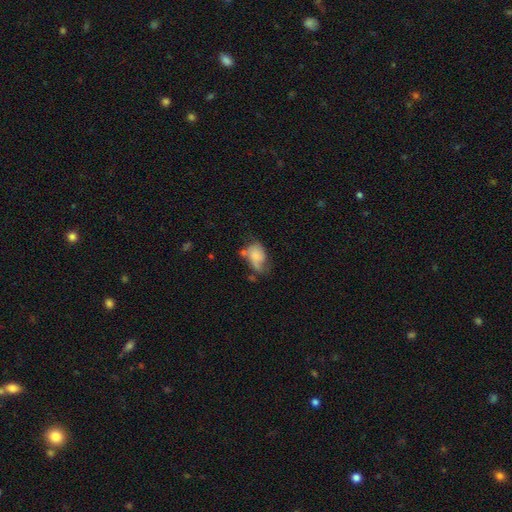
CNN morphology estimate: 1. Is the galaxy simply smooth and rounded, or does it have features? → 59% smooth, 32% featured or disk, 9% star or artifact.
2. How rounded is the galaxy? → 82% in between, 17% round, 2% cigar-shaped.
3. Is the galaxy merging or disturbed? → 32% minor disturbance, 30% none, 26% major disturbance, 12% merger.